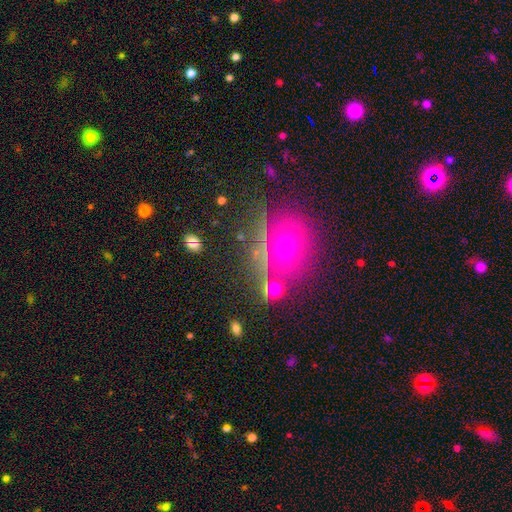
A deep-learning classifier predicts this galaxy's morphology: This appears to be a smooth galaxy with no disk features (35%). Merging: none (63%).